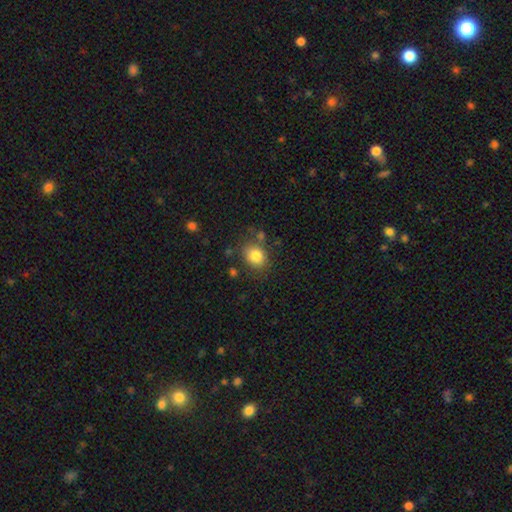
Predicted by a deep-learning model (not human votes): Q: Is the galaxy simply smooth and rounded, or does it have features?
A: smooth — 83%.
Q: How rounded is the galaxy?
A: round — 57%.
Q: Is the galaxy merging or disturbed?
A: none — 74%.